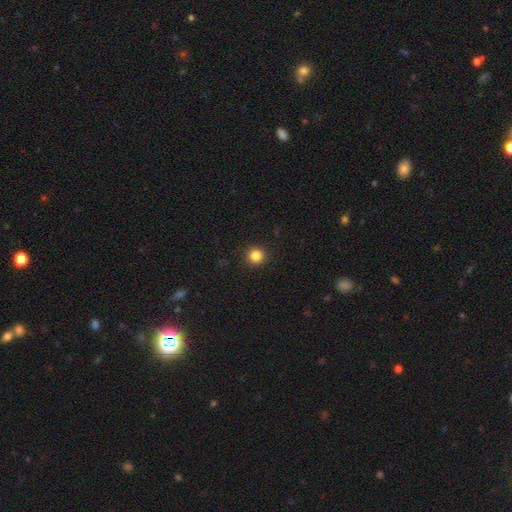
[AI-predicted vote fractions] Q: Smooth or featured?
A: smooth (84%); runner-up: star or artifact (12%)
Q: How rounded?
A: round (94%); runner-up: in between (5%)
Q: Merging?
A: none (92%); runner-up: minor disturbance (5%)